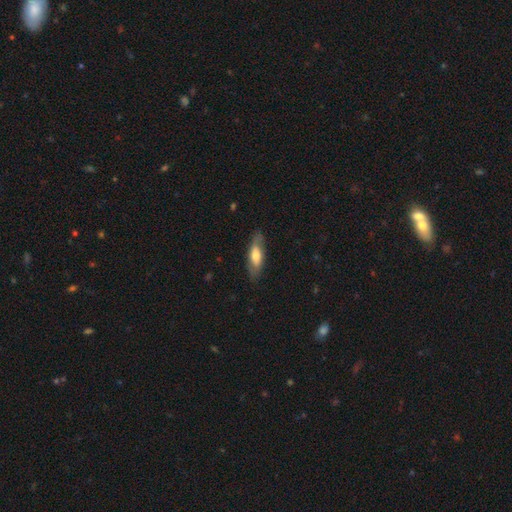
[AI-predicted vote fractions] Overall: smooth (55%; featured or disk 40%). How rounded: in between (61%; cigar-shaped 37%). Merging: none (77%).